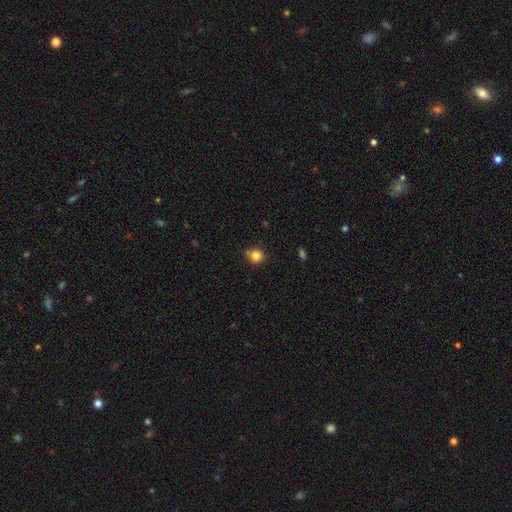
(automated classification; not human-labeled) This is clearly a smooth galaxy (83%). How rounded: clearly round (87%). Merging: likely none (78%).